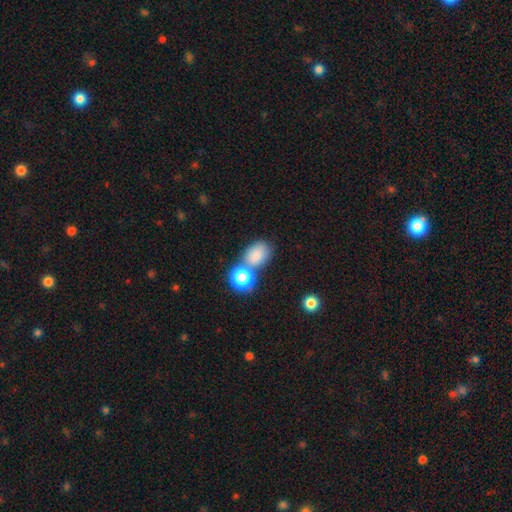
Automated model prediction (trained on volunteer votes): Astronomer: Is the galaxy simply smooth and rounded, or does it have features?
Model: smooth — 79%.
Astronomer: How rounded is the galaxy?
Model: in between — 69%.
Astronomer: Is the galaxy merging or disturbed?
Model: none — 51% (runner-up: merger, 30%).